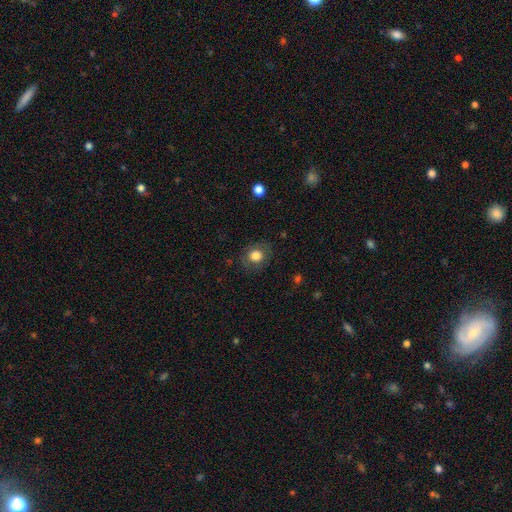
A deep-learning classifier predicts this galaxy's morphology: smooth 79%, featured or disk 11%, star or artifact 9%. Down the decision tree: how rounded — round (72%); merging — none (81%).